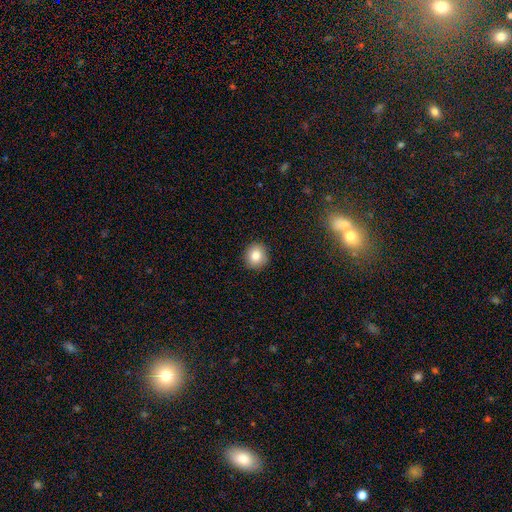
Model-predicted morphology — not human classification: Smooth or featured?
  - smooth: 82% *
  - star or artifact: 10%
  - featured or disk: 8%
How rounded?
  - round: 90% *
  - in between: 9%
  - cigar-shaped: 1%
Merging?
  - none: 91% *
  - minor disturbance: 6%
  - major disturbance: 2%
  - merger: 1%